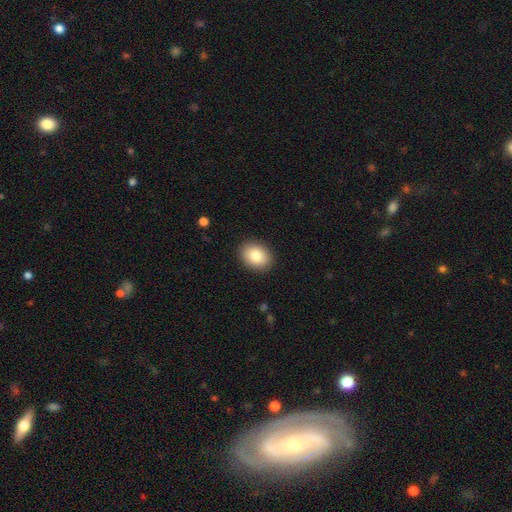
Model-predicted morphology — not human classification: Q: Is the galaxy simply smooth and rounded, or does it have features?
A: smooth — 84%.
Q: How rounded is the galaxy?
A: in between — 65%.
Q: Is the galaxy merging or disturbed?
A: none — 89%.